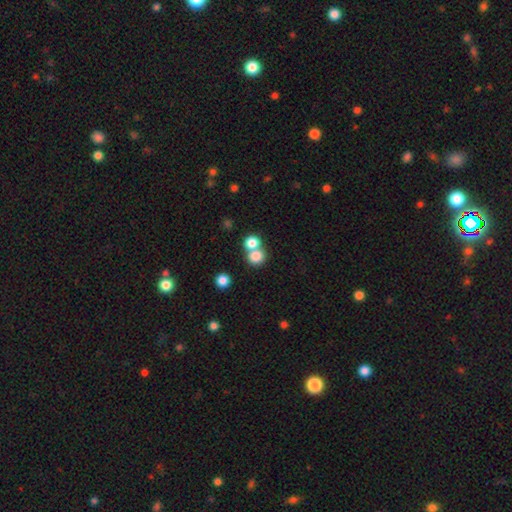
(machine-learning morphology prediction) The model was most divided on "merging": merger: 47%, none: 44%, minor disturbance: 6%, major disturbance: 3%. More confident: how rounded — round (80%); smooth or featured — smooth (79%).